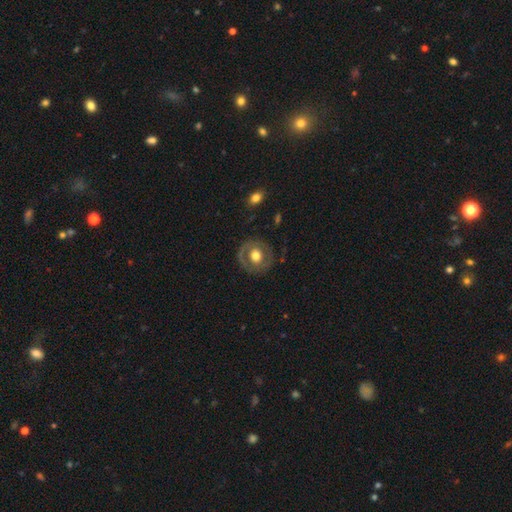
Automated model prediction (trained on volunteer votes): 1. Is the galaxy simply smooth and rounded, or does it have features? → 50% featured or disk, 44% smooth, 6% star or artifact.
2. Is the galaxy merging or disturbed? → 79% none, 13% minor disturbance, 7% major disturbance, 1% merger.